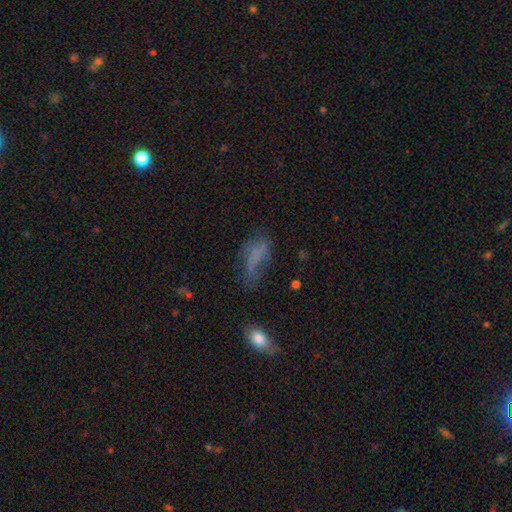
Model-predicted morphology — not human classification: The model was most divided on "merging": none: 34%, major disturbance: 33%, minor disturbance: 27%, merger: 5%. More confident: how rounded — in between (81%); smooth or featured — smooth (56%).